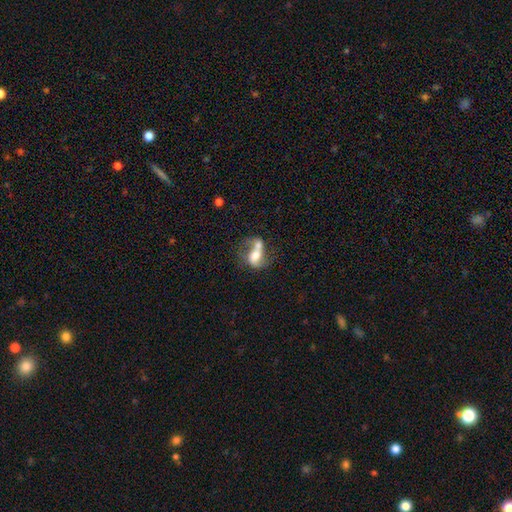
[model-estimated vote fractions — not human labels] The model was most divided on "smooth or featured": featured or disk: 50%, smooth: 41%, star or artifact: 9%. More confident: merging — merger (58%).